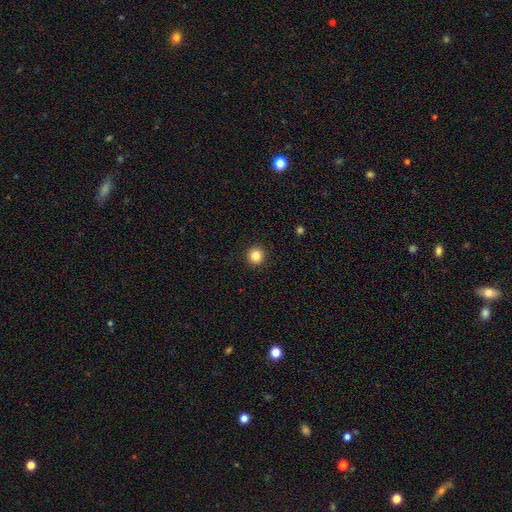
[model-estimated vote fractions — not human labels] smooth 84%, star or artifact 11%, featured or disk 5%. Down the decision tree: how rounded — round (95%); merging — none (93%).